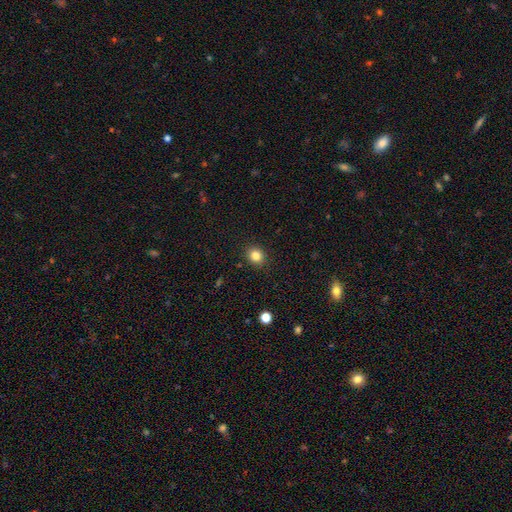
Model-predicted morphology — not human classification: A smooth galaxy with no disk features (83%) that is round (71%). Merging: none (90%).